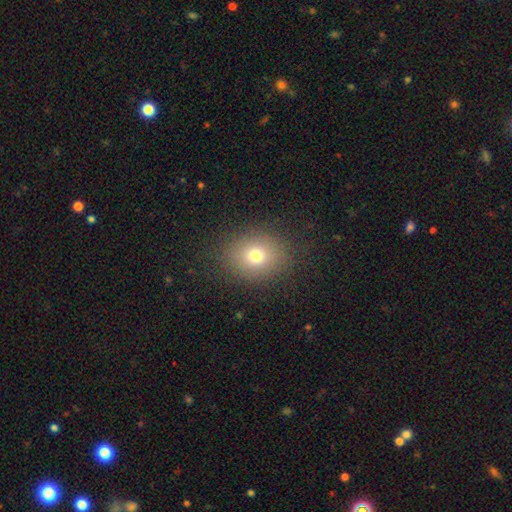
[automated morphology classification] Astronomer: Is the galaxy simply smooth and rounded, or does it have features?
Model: smooth — 73%.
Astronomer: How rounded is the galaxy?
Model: round — 62%.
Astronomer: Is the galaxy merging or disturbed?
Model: none — 85%.